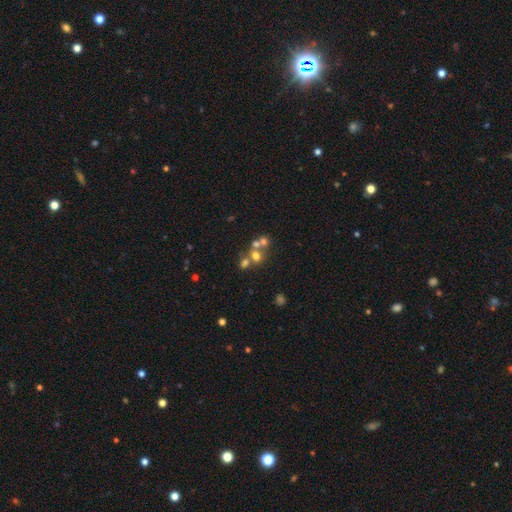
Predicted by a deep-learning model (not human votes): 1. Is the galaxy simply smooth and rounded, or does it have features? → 56% smooth, 24% featured or disk, 20% star or artifact.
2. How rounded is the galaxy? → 72% round, 26% in between, 1% cigar-shaped.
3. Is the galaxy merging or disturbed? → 49% merger, 38% none, 7% minor disturbance, 5% major disturbance.